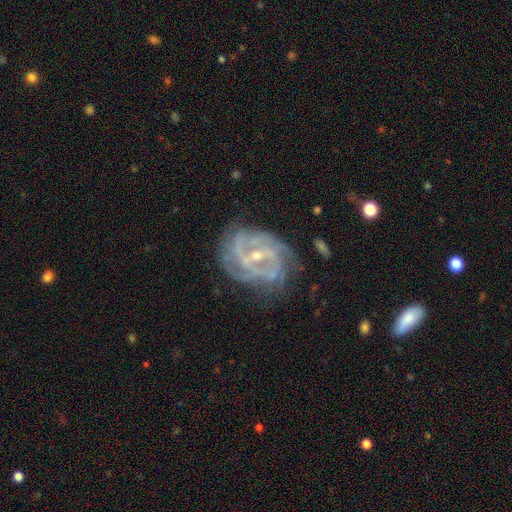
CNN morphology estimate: The model was most divided on "spiral arm count": 2: 28%, 3: 25%, can't tell: 22%, 4: 14%, more than 4: 6%, 1: 5%. Remaining: edge-on disk — no (97%); spiral arms — yes (95%); smooth or featured — featured or disk (88%); bulge size — small (67%); merging — none (64%); spiral winding — tight (50%); bar — weak (44%).